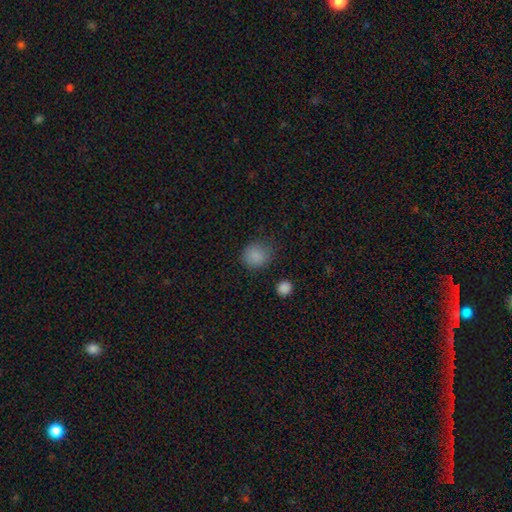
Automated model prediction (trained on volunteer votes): Q: Smooth or featured?
A: smooth (84%); runner-up: star or artifact (12%)
Q: How rounded?
A: round (82%); runner-up: in between (17%)
Q: Merging?
A: none (77%); runner-up: minor disturbance (17%)